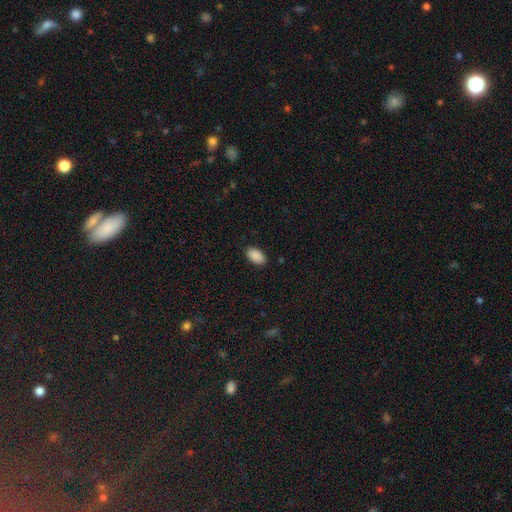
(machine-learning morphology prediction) The model was most divided on "merging": none: 89%, minor disturbance: 8%, major disturbance: 2%, merger: 1%. More confident: how rounded — in between (94%); smooth or featured — smooth (90%).